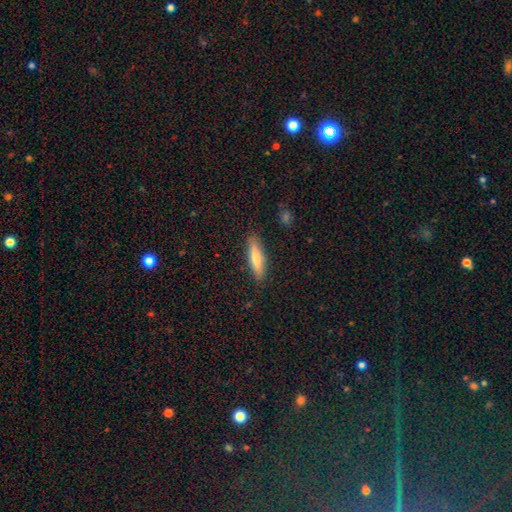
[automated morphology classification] Smooth or featured? smooth (66%)
How rounded? cigar-shaped (76%)
Merging? none (89%)